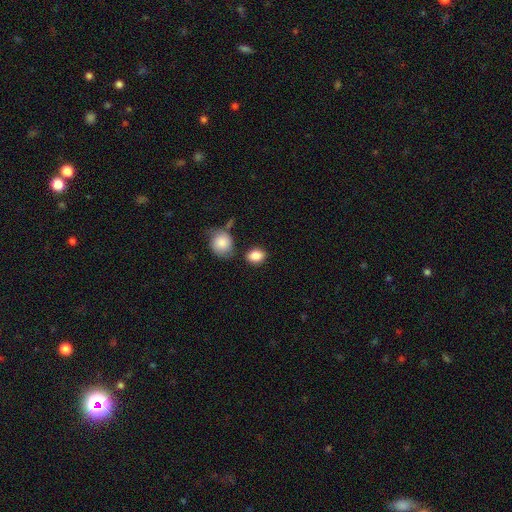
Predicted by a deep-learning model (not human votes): A smooth galaxy with no disk features (86%) that is in between round and cigar-shaped (62%). Merging: none (73%).